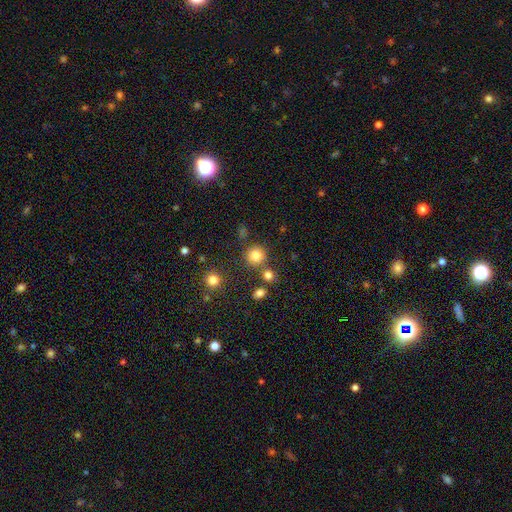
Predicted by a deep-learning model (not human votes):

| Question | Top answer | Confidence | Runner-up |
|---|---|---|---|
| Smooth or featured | smooth | 81% | star or artifact (14%) |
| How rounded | round | 92% | in between (7%) |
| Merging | none | 79% | merger (10%) |